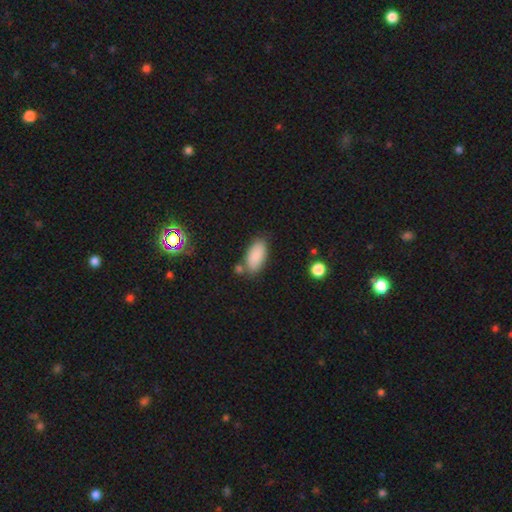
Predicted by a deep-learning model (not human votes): Smooth or featured?
  - smooth: 87% *
  - star or artifact: 7%
  - featured or disk: 6%
How rounded?
  - in between: 90% *
  - cigar-shaped: 8%
  - round: 2%
Merging?
  - none: 73% *
  - minor disturbance: 15%
  - merger: 8%
  - major disturbance: 4%